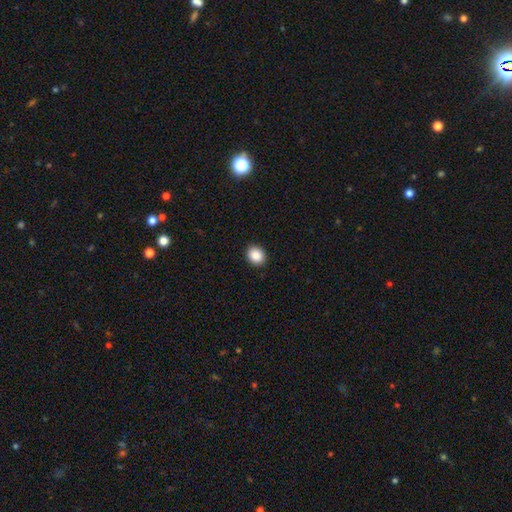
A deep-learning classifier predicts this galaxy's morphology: A smooth galaxy with no disk features (88%) that is round (55%).

Vote fractions:
- Smooth or featured? smooth: 88% / star or artifact: 9% / featured or disk: 3%
- How rounded? round: 55% / in between: 44% / cigar-shaped: 1%
- Merging? none: 91% / minor disturbance: 6% / major disturbance: 2% / merger: 1%